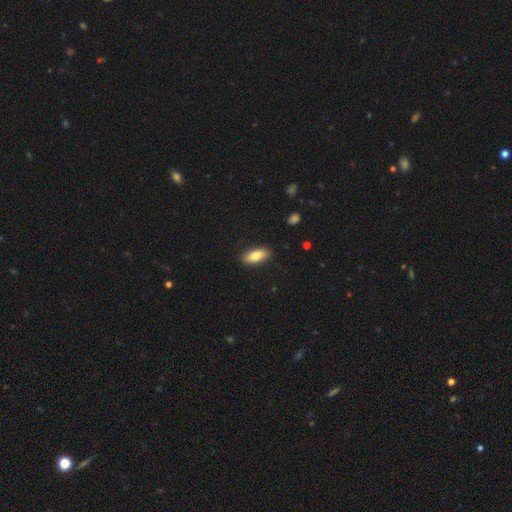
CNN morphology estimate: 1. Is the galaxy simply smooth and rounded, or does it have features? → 81% smooth, 13% featured or disk, 6% star or artifact.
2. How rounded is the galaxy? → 80% in between, 18% cigar-shaped, 2% round.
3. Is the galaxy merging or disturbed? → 88% none, 9% minor disturbance, 2% major disturbance, 1% merger.